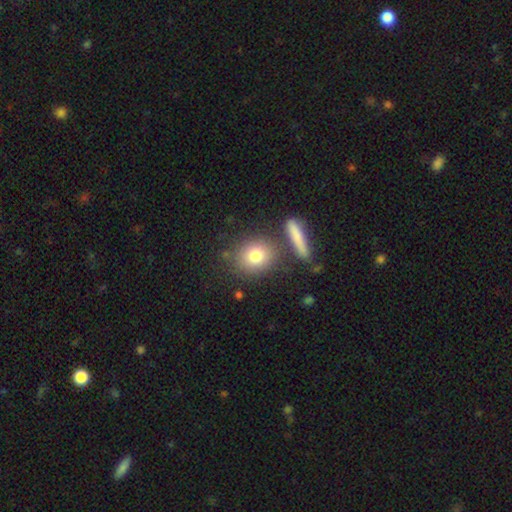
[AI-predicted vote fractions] smooth-or-featured: smooth: 78% | featured or disk: 12% | star or artifact: 10%
  how-rounded: round: 65% | in between: 32% | cigar-shaped: 3%
  merging: none: 72% | merger: 12% | minor disturbance: 11% | major disturbance: 5%